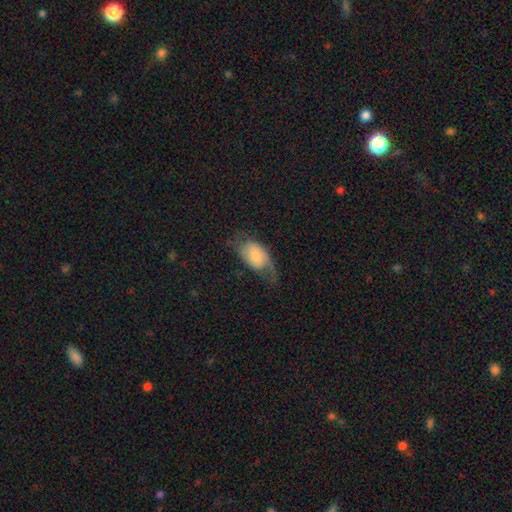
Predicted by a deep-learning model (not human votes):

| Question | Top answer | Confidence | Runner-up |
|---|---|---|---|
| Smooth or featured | smooth | 47% | featured or disk (46%) |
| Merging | none | 41% | minor disturbance (29%) |